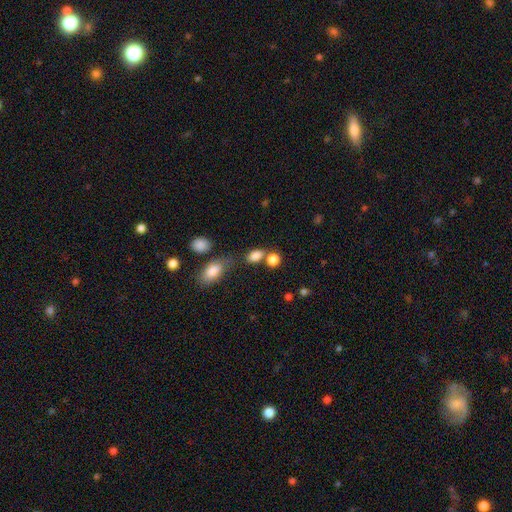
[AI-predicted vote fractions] This is clearly a smooth galaxy (84%). How rounded: likely in between (75%). Merging: possibly none (53%).